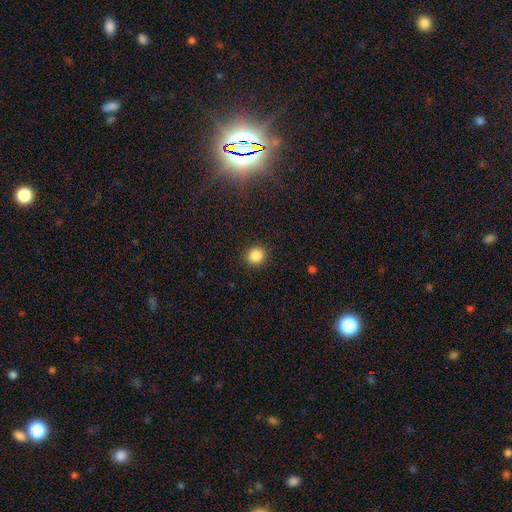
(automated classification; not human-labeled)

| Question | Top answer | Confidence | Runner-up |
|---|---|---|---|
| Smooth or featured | smooth | 86% | star or artifact (10%) |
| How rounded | round | 87% | in between (12%) |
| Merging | none | 91% | minor disturbance (6%) |